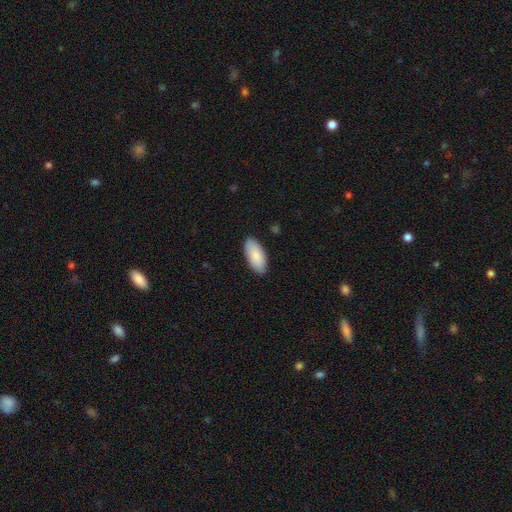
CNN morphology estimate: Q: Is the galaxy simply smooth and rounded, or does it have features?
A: smooth — 86%.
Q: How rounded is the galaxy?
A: in between — 93%.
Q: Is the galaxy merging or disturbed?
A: none — 85%.